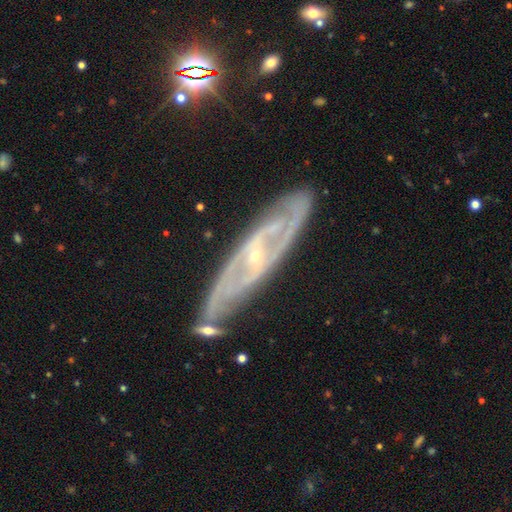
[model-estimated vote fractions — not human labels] This appears to be a featured or disk galaxy (87%) with no bar (39%), 2 (59%) tight (49%) spiral arms (94%) and a small central bulge (83%). Merging: none (77%).